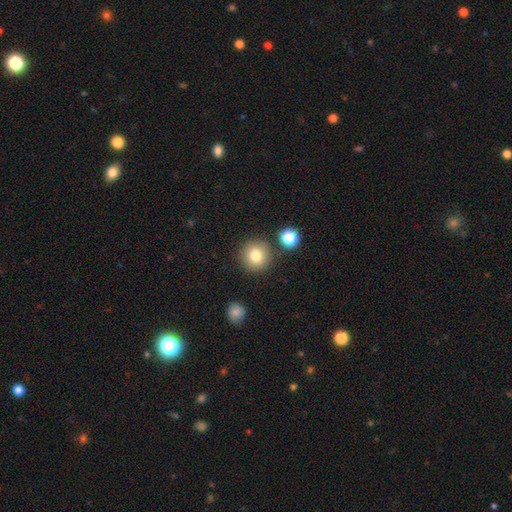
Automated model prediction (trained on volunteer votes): Smooth or featured?
  - smooth: 80% *
  - star or artifact: 11%
  - featured or disk: 9%
How rounded?
  - round: 93% *
  - in between: 6%
  - cigar-shaped: 1%
Merging?
  - none: 84% *
  - minor disturbance: 8%
  - merger: 6%
  - major disturbance: 3%